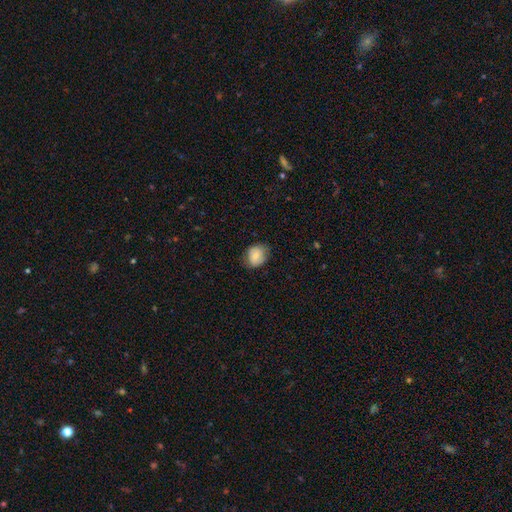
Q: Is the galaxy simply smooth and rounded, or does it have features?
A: smooth — 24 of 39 (62%).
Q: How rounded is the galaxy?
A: in between — 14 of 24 (58%).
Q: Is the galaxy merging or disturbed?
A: none — 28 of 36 (78%).